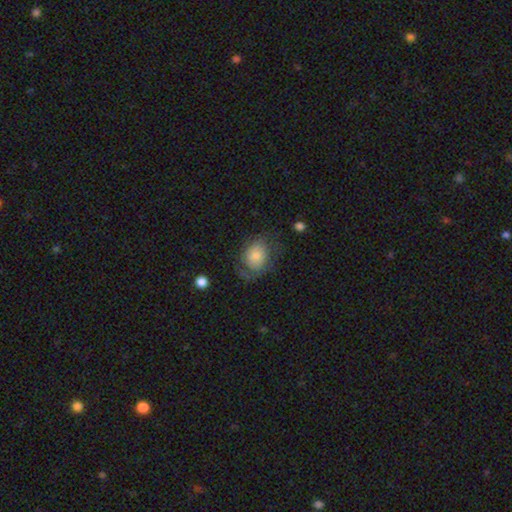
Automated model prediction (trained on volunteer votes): Smooth or featured?
  - smooth: 66% *
  - featured or disk: 26%
  - star or artifact: 9%
How rounded?
  - in between: 57% *
  - round: 42%
  - cigar-shaped: 1%
Merging?
  - none: 52% *
  - minor disturbance: 26%
  - major disturbance: 20%
  - merger: 2%